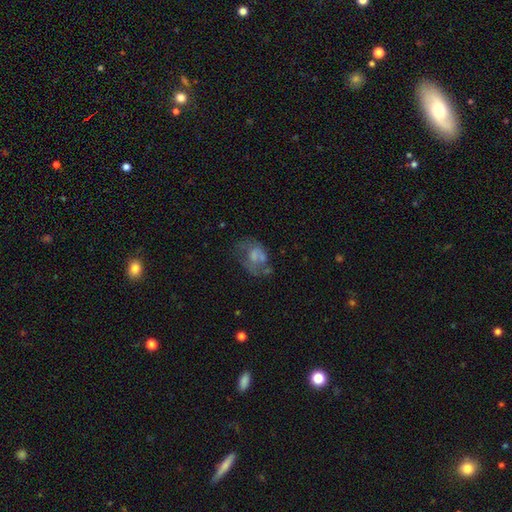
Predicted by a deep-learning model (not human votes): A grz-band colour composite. It shows a smooth galaxy with no disk features (45%). Merging: major disturbance (35%).